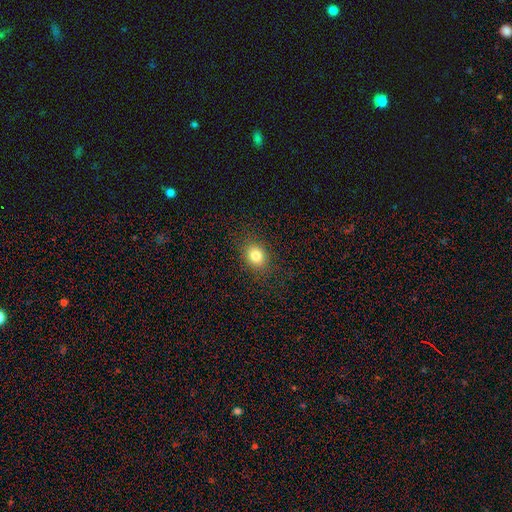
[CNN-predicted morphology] This is clearly a smooth galaxy (81%). How rounded: possibly round (60%). Merging: clearly none (87%).